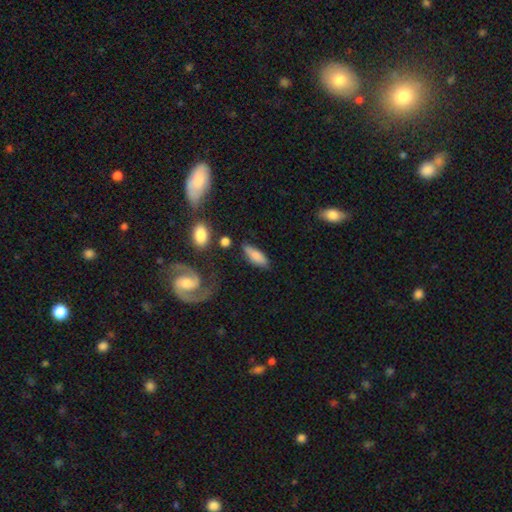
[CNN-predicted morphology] The model was most divided on "how rounded": in between: 61%, cigar-shaped: 37%, round: 3%. More confident: smooth or featured — smooth (74%); merging — none (69%).